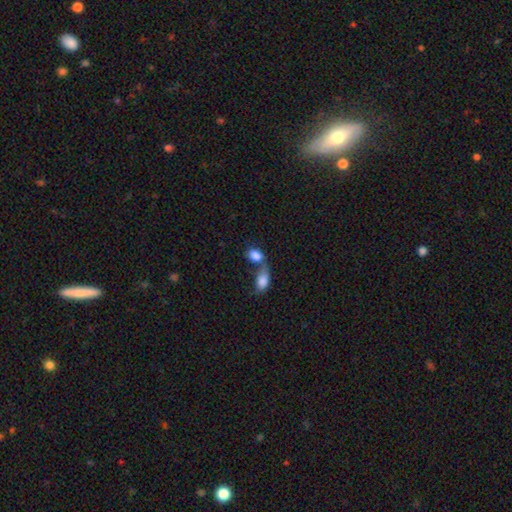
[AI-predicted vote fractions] Q: Smooth or featured?
A: smooth (84%); runner-up: featured or disk (9%)
Q: How rounded?
A: in between (82%); runner-up: round (16%)
Q: Merging?
A: merger (63%); runner-up: none (22%)